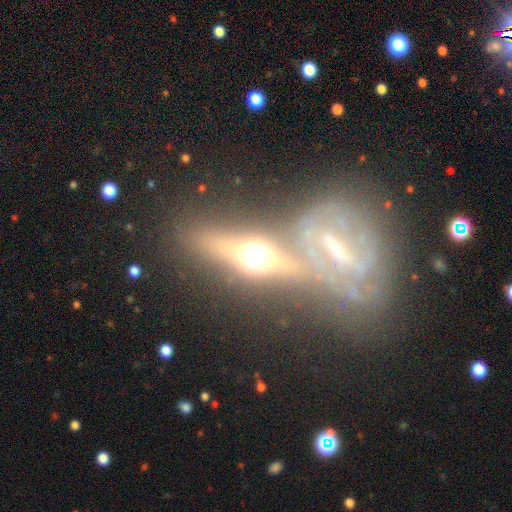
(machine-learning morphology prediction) Overall: featured or disk (63%; smooth 24%). Edge-on disk: yes (72%). Merging: none (45%; merger 37%).